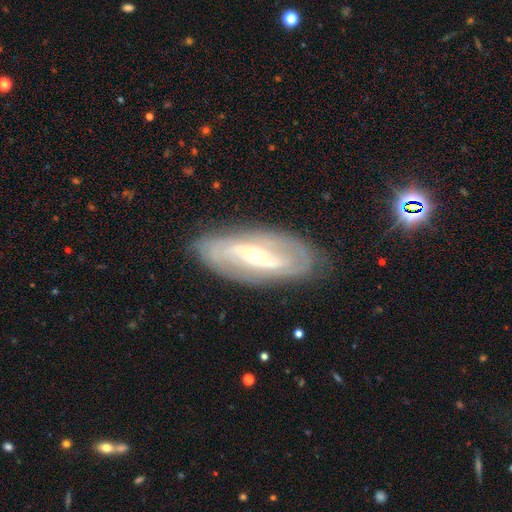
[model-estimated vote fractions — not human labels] Smooth or featured?
  - featured or disk: 81% *
  - smooth: 12%
  - star or artifact: 6%
Edge-on disk?
  - no: 90% *
  - yes: 10%
Bar?
  - weak: 40% *
  - strong: 34%
  - no: 26%
Spiral arms?
  - yes: 88% *
  - no: 12%
Spiral winding?
  - tight: 39% *
  - medium: 37%
  - loose: 24%
Spiral arm count?
  - 2: 68% *
  - can't tell: 20%
  - 3: 5%
  - 1: 3%
  - 4: 2%
  - more than 4: 2%
Bulge size?
  - small: 53% *
  - moderate: 43%
  - large: 2%
  - none: 1%
  - dominant: 1%
Merging?
  - none: 83% *
  - minor disturbance: 12%
  - major disturbance: 4%
  - merger: 1%